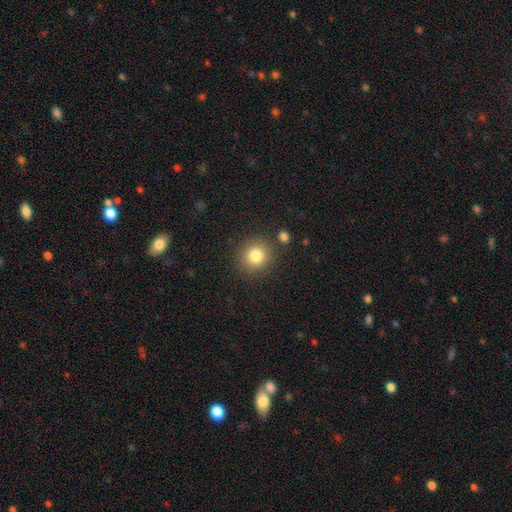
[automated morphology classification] type=smooth (82%); roundness=round (90%); merging=none (85%).